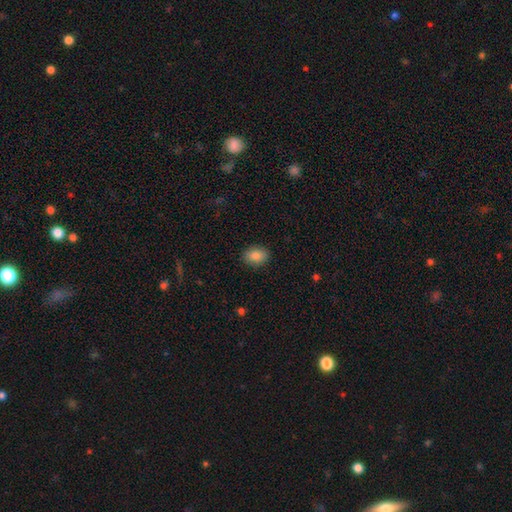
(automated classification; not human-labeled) Morphology: type=smooth (86%); roundness=in between (73%); merging=none (89%).